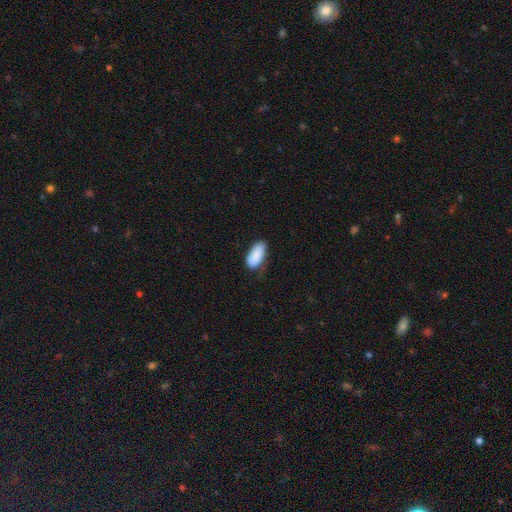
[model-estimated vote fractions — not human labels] Q: Smooth or featured?
A: smooth (89%); runner-up: star or artifact (6%)
Q: How rounded?
A: in between (93%); runner-up: cigar-shaped (5%)
Q: Merging?
A: none (63%); runner-up: minor disturbance (29%)